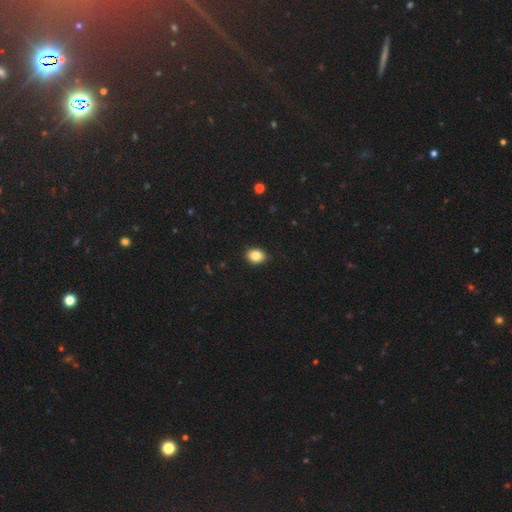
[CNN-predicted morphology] Smooth or featured: smooth — 85% (star or artifact — 10%)
How rounded: in between — 58% (round — 41%)
Merging: none — 86% (minor disturbance — 11%)